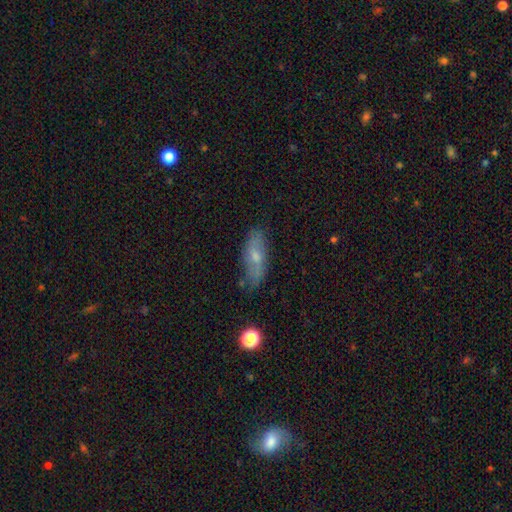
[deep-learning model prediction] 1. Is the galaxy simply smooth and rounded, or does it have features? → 46% featured or disk, 43% smooth, 10% star or artifact.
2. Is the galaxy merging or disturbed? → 77% none, 17% minor disturbance, 4% major disturbance, 2% merger.